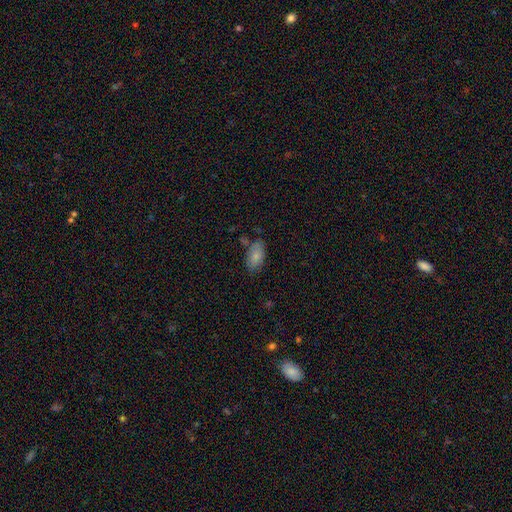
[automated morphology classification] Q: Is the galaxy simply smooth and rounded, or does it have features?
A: smooth — 80%.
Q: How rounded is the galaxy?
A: in between — 93%.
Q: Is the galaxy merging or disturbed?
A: none — 67%.